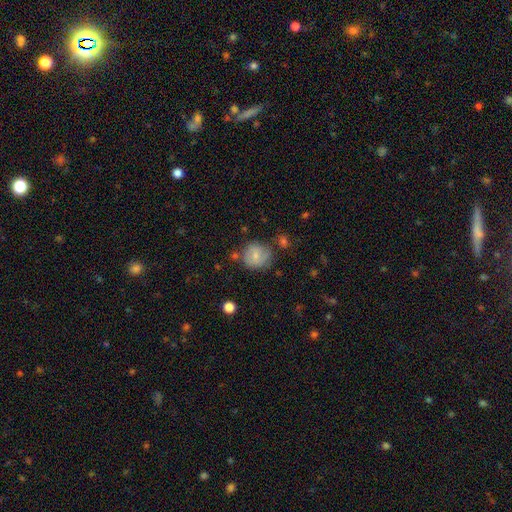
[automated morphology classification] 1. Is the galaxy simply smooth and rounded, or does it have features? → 64% smooth, 28% featured or disk, 8% star or artifact.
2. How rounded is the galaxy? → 85% round, 14% in between, 1% cigar-shaped.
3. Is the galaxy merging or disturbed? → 69% none, 19% minor disturbance, 6% merger, 6% major disturbance.